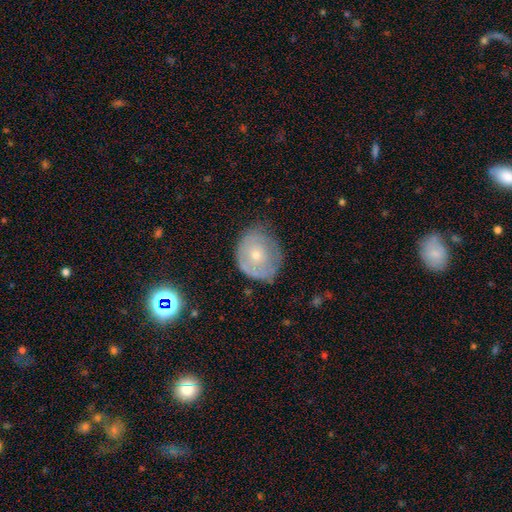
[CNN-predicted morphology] Smooth or featured? smooth (49%)
Merging? none (61%)